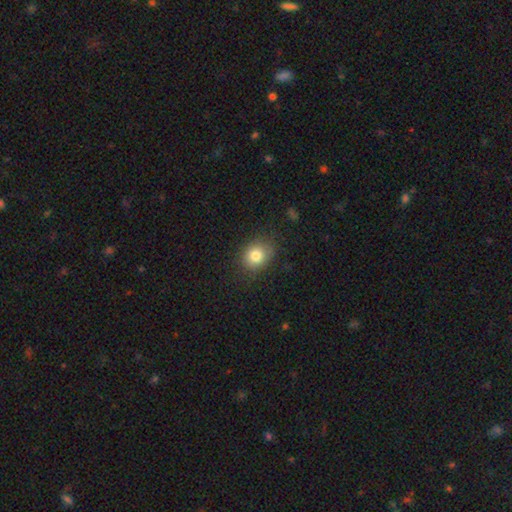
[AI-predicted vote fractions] Morphology: type=smooth (82%); roundness=round (61%); merging=none (80%).